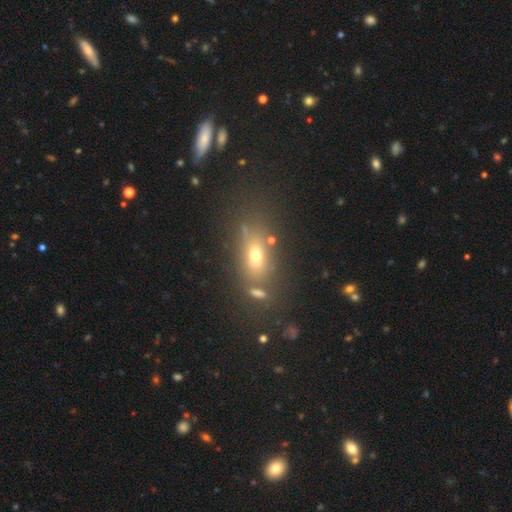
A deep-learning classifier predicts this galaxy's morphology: A smooth galaxy with no disk features (59%) that is in between round and cigar-shaped (70%).

Vote fractions:
- Smooth or featured? smooth: 59% / featured or disk: 23% / star or artifact: 18%
- How rounded? in between: 70% / round: 16% / cigar-shaped: 15%
- Merging? none: 61% / merger: 15% / minor disturbance: 15% / major disturbance: 9%